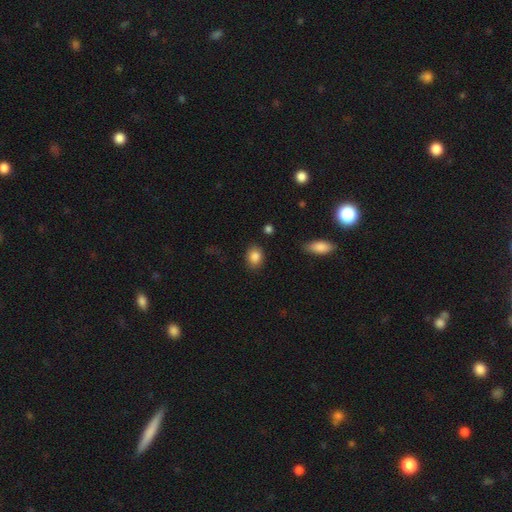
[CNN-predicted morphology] Overall: smooth (86%). How rounded: in between (58%; round 40%). Merging: none (84%).